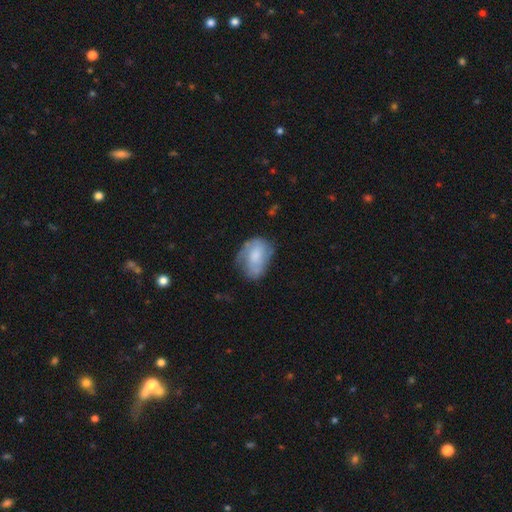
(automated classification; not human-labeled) Overall: smooth (54%; featured or disk 39%). How rounded: in between (80%). Merging: none (50%; minor disturbance 31%).